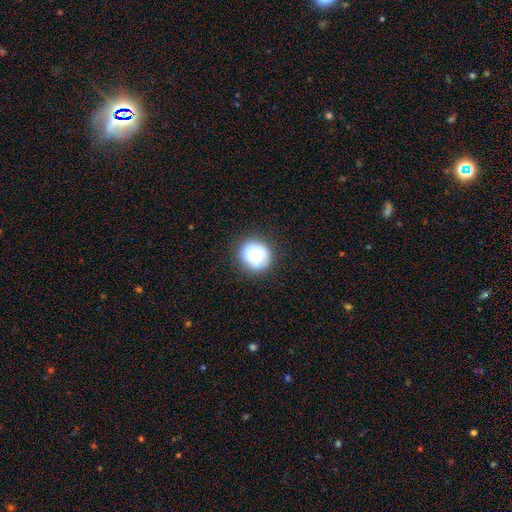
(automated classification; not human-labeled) Overall: smooth (74%). How rounded: round (88%). Merging: none (83%).